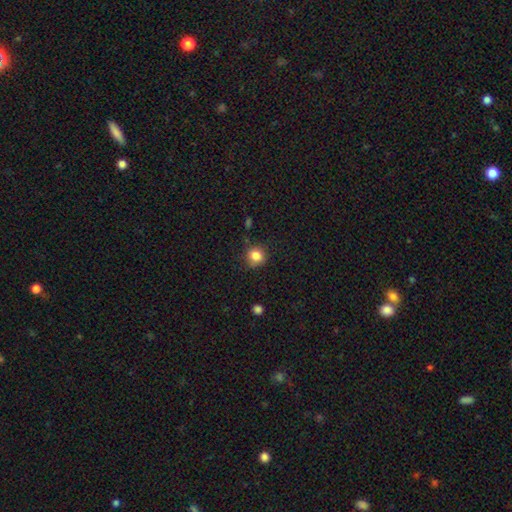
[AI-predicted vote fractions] Overall: smooth (84%). How rounded: round (89%). Merging: none (83%).